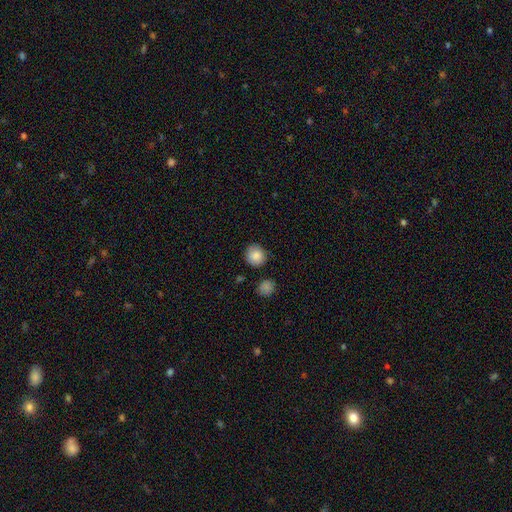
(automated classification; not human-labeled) Smooth or featured?
  - smooth: 86% *
  - star or artifact: 8%
  - featured or disk: 6%
How rounded?
  - round: 86% *
  - in between: 13%
  - cigar-shaped: 1%
Merging?
  - none: 82% *
  - minor disturbance: 12%
  - major disturbance: 3%
  - merger: 3%